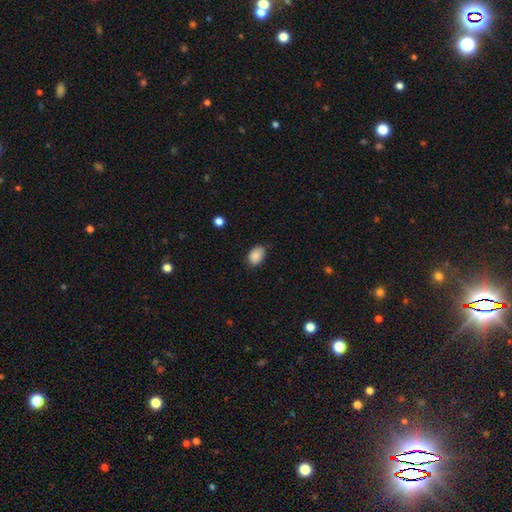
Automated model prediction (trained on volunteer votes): Smooth or featured: smooth — 88% (star or artifact — 8%)
How rounded: in between — 84% (round — 15%)
Merging: none — 79% (minor disturbance — 17%)